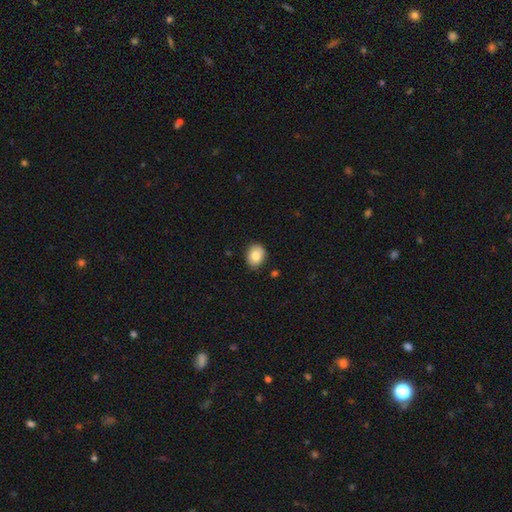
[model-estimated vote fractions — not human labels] smooth_or_featured: smooth (p=0.81) [alt: featured or disk p=0.10]
how_rounded: round (p=0.53) [alt: in between p=0.46]
merging: none (p=0.85) [alt: minor disturbance p=0.12]